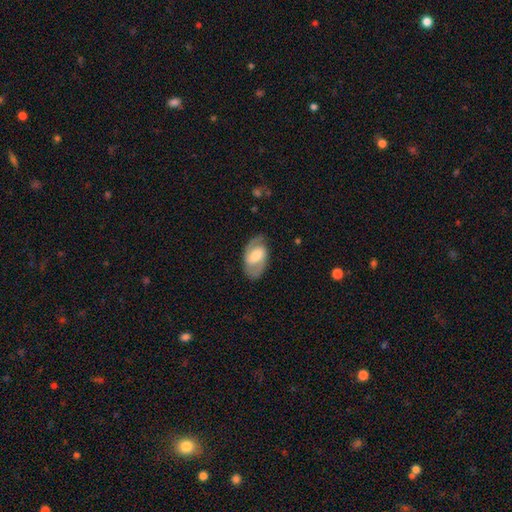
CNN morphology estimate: Smooth or featured: featured or disk — 74% (smooth — 21%)
Edge-on disk: no — 96% (yes — 4%)
Bar: weak — 47% (no — 28%)
Spiral arms: yes — 88% (no — 12%)
Spiral winding: medium — 50% (tight — 33%)
Spiral arm count: 2 — 88% (can't tell — 6%)
Bulge size: moderate — 60% (small — 23%)
Merging: none — 81% (minor disturbance — 14%)